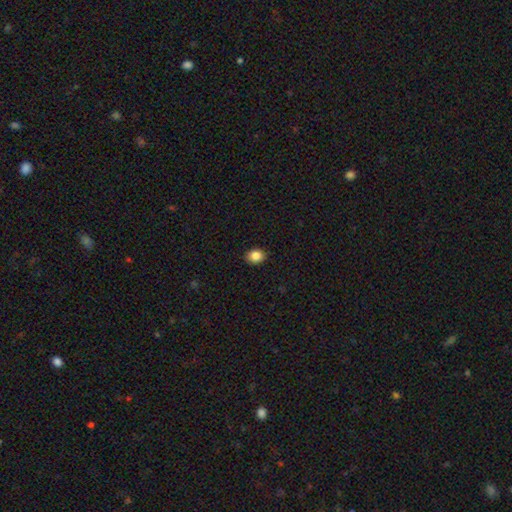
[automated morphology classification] This is clearly a smooth galaxy (86%). How rounded: possibly round (51%). Merging: clearly none (89%).